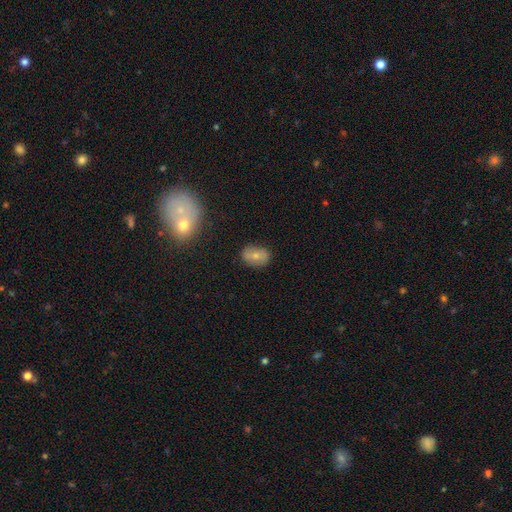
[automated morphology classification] smooth 65%, featured or disk 24%, star or artifact 10%. Down the decision tree: how rounded — in between (78%); merging — none (78%).